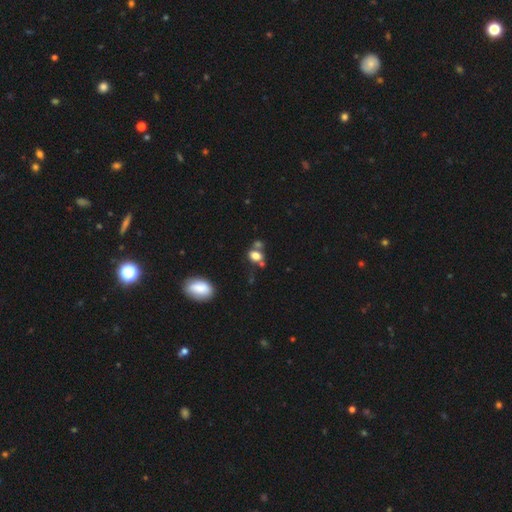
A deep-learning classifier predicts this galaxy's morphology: Smooth or featured? Predicted: smooth (p=0.76). How rounded? Predicted: in between (p=0.59). Merging? Predicted: none (p=0.47).